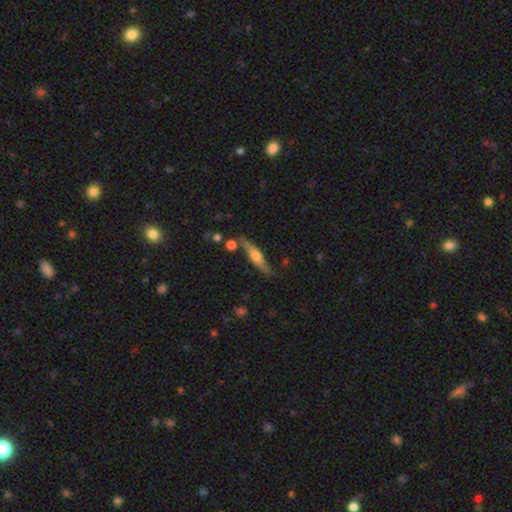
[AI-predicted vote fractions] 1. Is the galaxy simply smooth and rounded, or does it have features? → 56% featured or disk, 38% smooth, 7% star or artifact.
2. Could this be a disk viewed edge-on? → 89% yes, 11% no.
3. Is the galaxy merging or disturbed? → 74% none, 15% minor disturbance, 7% merger, 4% major disturbance.